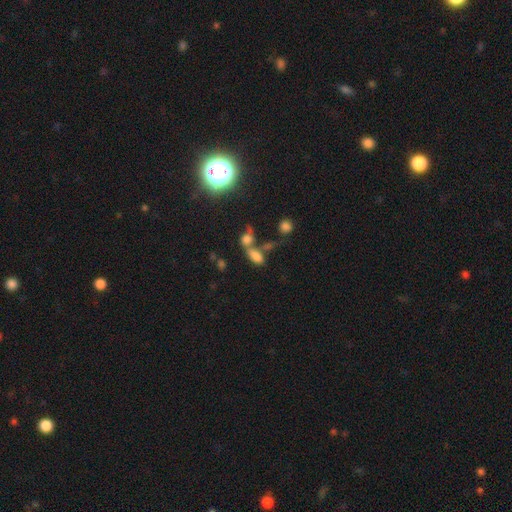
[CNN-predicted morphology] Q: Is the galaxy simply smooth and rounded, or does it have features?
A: smooth — 71%.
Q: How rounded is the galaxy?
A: in between — 84%.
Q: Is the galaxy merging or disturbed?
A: merger — 50%.